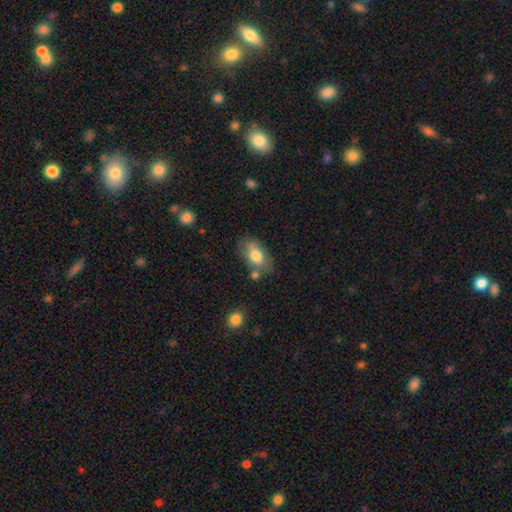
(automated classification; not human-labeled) smooth-or-featured: smooth: 72% | featured or disk: 21% | star or artifact: 7%
  how-rounded: in between: 91% | round: 5% | cigar-shaped: 3%
  merging: none: 65% | minor disturbance: 19% | merger: 10% | major disturbance: 6%